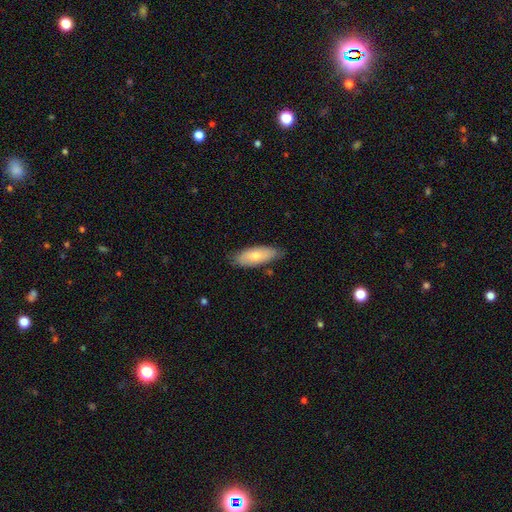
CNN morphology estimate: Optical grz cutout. It shows a smooth galaxy with no disk features (73%) that is in between round and cigar-shaped (77%). Merging: none (77%).